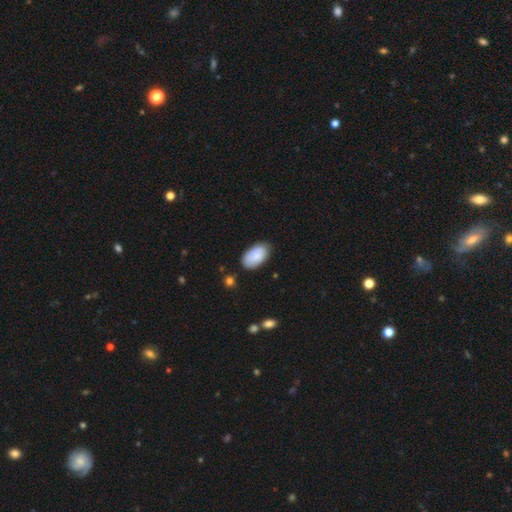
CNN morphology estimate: Q: Smooth or featured?
A: smooth (81%); runner-up: featured or disk (13%)
Q: How rounded?
A: in between (95%); runner-up: round (4%)
Q: Merging?
A: none (76%); runner-up: minor disturbance (18%)